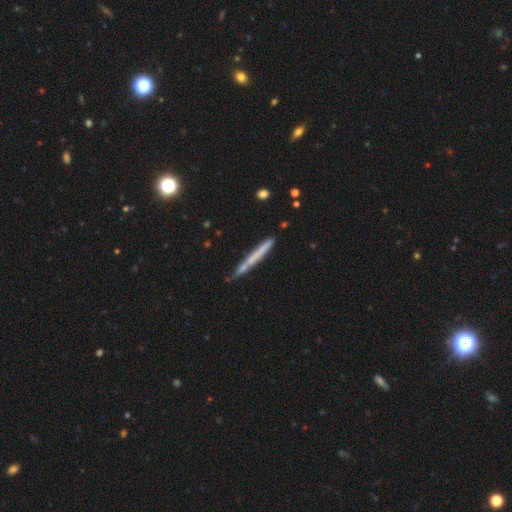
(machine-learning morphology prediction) This appears to be a smooth galaxy with no disk features (53%) that is cigar-shaped (97%). Merging: none (79%).